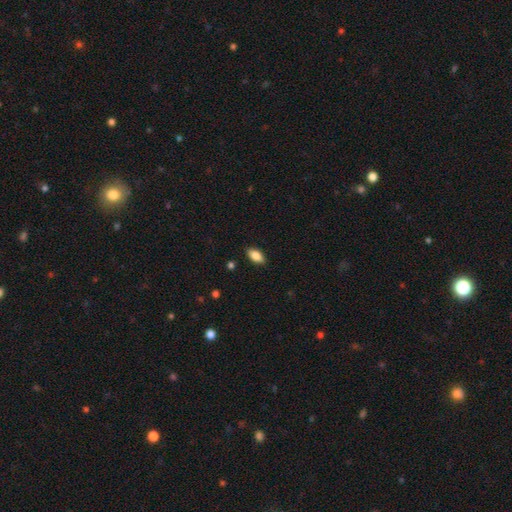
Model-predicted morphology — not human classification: Smooth or featured: smooth — 85% (featured or disk — 8%)
How rounded: in between — 91% (cigar-shaped — 5%)
Merging: none — 88% (minor disturbance — 9%)